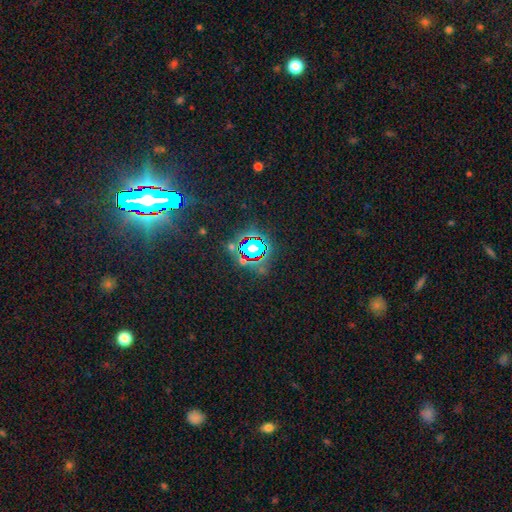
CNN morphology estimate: smooth-or-featured: star or artifact: 83% | smooth: 10% | featured or disk: 7%